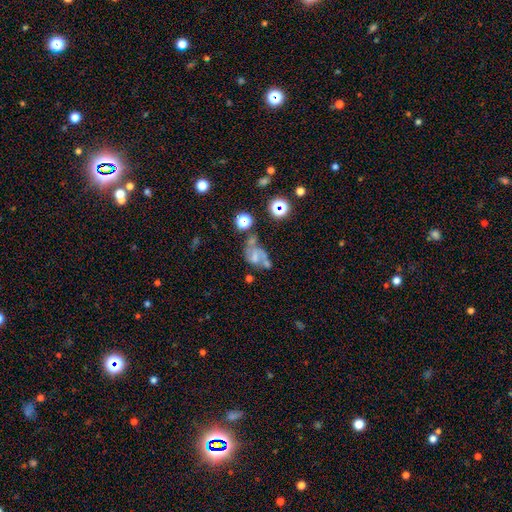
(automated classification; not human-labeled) This is possibly a featured or disk galaxy (53%). It is clearly not viewed edge-on (97%). Bar: likely no (70%). Spiral arm pattern: possibly no (54%). Central bulge: possibly none (46%). Merging: marginally merger (29%).